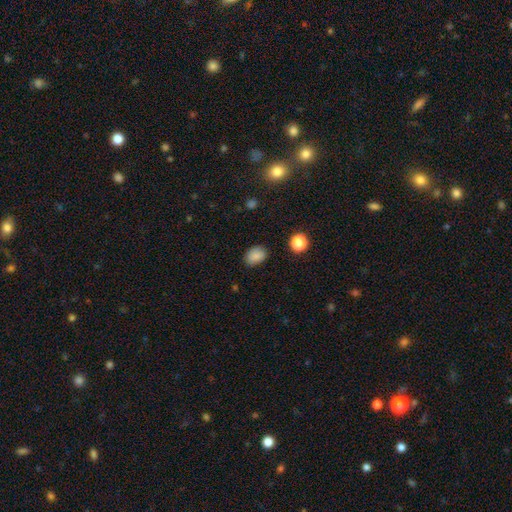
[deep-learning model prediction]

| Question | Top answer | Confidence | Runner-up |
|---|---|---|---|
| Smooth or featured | smooth | 84% | star or artifact (10%) |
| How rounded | in between | 72% | round (27%) |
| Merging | none | 83% | minor disturbance (13%) |